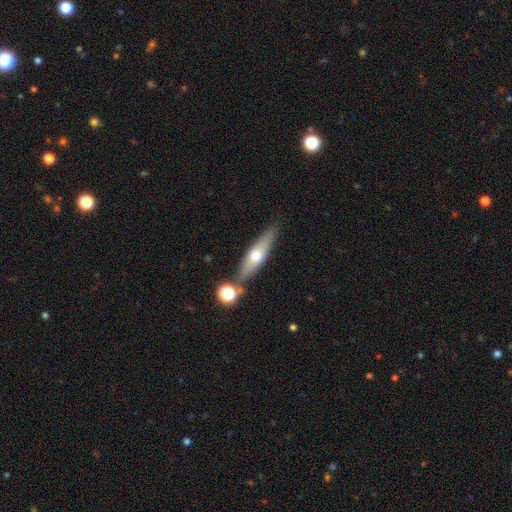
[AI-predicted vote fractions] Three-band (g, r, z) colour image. It shows a smooth galaxy with no disk features (48%). Merging: none (77%).